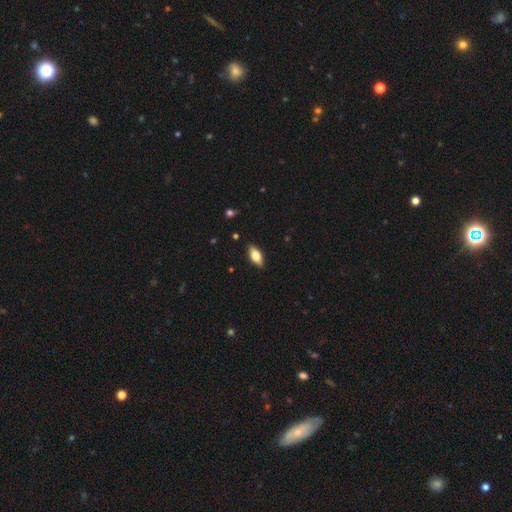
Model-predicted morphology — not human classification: Smooth or featured? smooth (75%)
How rounded? in between (88%)
Merging? none (89%)